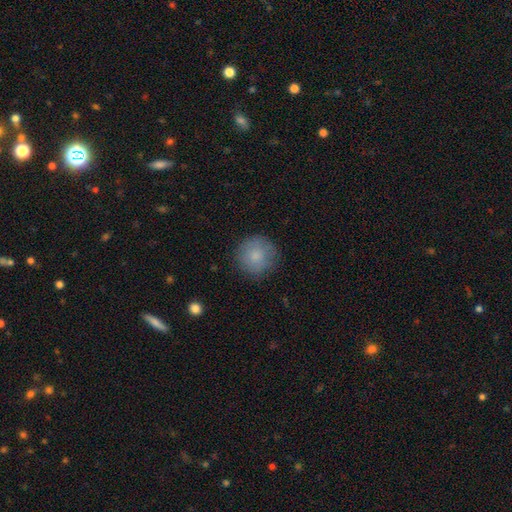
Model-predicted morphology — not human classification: Smooth or featured? Predicted: smooth (p=0.83). How rounded? Predicted: round (p=0.94). Merging? Predicted: none (p=0.83).